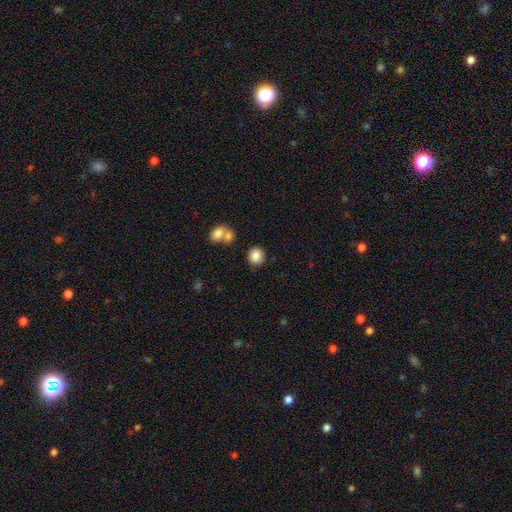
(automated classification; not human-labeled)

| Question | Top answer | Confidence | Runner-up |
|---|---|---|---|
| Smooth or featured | smooth | 84% | star or artifact (9%) |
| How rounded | round | 81% | in between (18%) |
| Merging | none | 79% | merger (9%) |